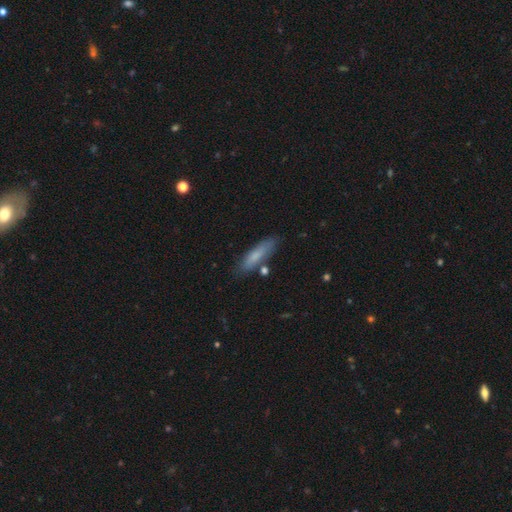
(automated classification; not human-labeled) This is likely a smooth galaxy (75%). How rounded: likely cigar-shaped (73%). Merging: likely none (78%).